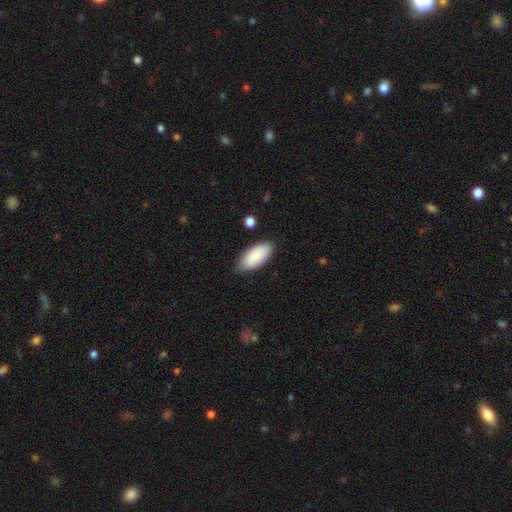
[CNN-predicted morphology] Smooth or featured? smooth (88%)
How rounded? in between (90%)
Merging? none (80%)